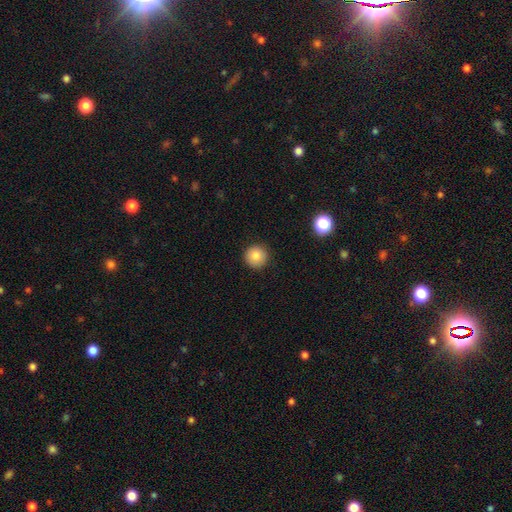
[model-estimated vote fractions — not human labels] A smooth galaxy with no disk features (85%) that is round (95%). Merging: none (92%).